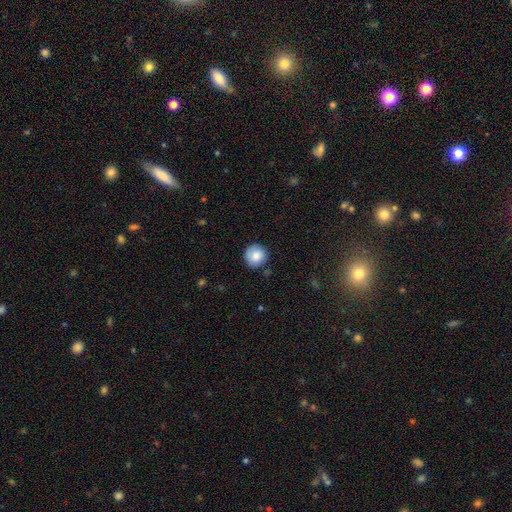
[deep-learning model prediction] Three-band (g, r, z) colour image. It shows a smooth galaxy with no disk features (82%) that is round (94%). Merging: none (85%).